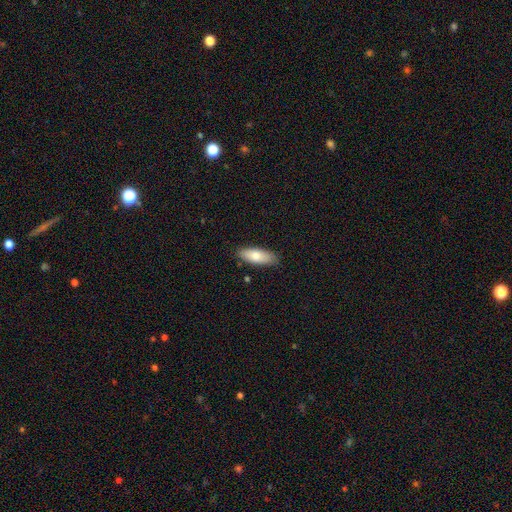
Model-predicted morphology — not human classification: This appears to be a smooth galaxy with no disk features (77%) that is in between round and cigar-shaped (72%). Merging: none (87%).